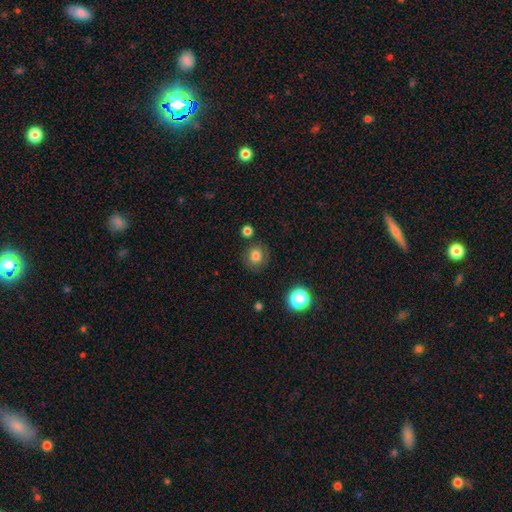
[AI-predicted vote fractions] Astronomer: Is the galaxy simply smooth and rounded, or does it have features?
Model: smooth — 80%.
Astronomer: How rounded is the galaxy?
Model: round — 85%.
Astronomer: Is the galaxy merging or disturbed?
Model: none — 80%.